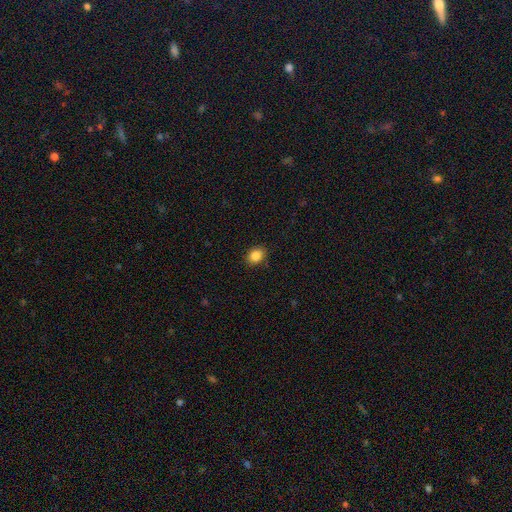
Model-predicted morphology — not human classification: smooth_or_featured: smooth (p=0.86) [alt: star or artifact p=0.10]
how_rounded: in between (p=0.52) [alt: round p=0.47]
merging: none (p=0.88) [alt: minor disturbance p=0.09]